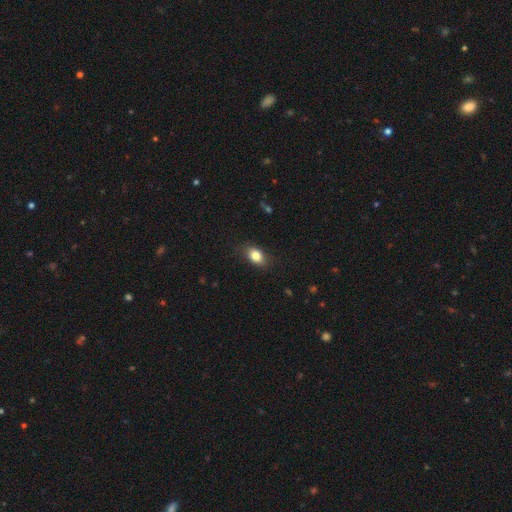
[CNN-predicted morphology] type=smooth (83%); roundness=in between (80%); merging=none (82%).